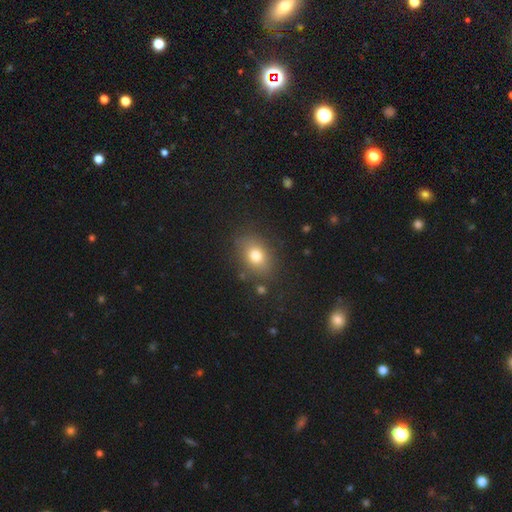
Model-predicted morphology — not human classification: A smooth galaxy with no disk features (77%) that is in between round and cigar-shaped (64%). Merging: none (82%).